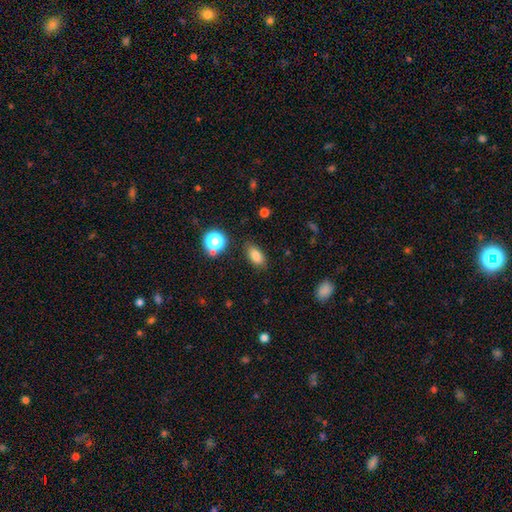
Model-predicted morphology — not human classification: Smooth or featured? smooth (83%)
How rounded? in between (87%)
Merging? none (83%)